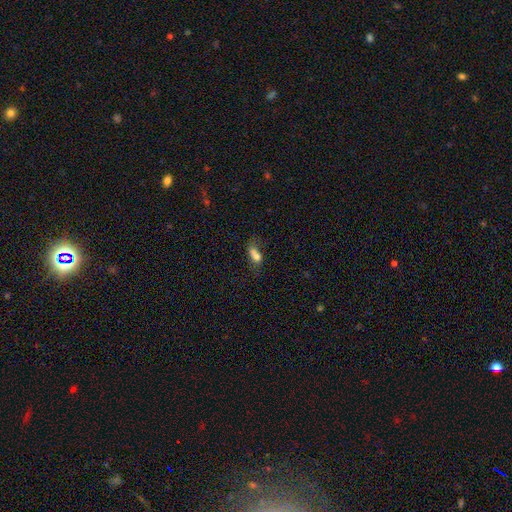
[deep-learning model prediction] Q: Smooth or featured?
A: smooth (65%); runner-up: featured or disk (21%)
Q: How rounded?
A: in between (68%); runner-up: round (25%)
Q: Merging?
A: merger (51%); runner-up: none (26%)